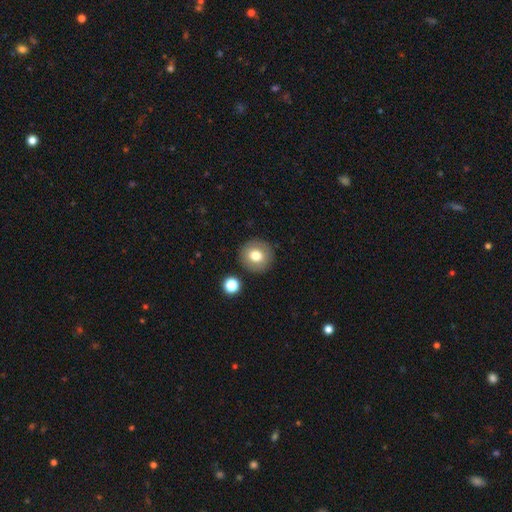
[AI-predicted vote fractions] smooth-or-featured: smooth: 75% | featured or disk: 15% | star or artifact: 9%
  how-rounded: round: 92% | in between: 7% | cigar-shaped: 1%
  merging: none: 88% | minor disturbance: 7% | merger: 3% | major disturbance: 2%